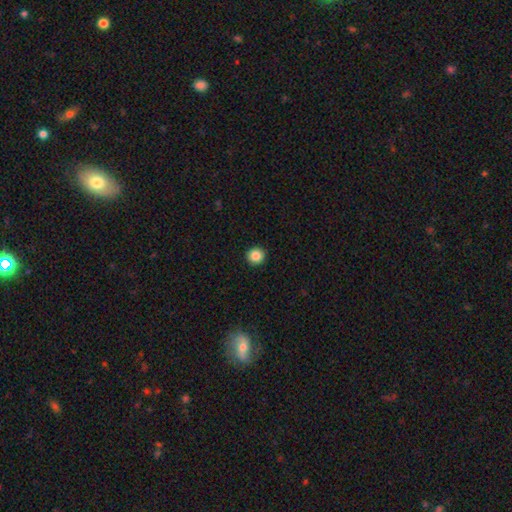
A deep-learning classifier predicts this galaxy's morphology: This appears to be a smooth galaxy with no disk features (86%) that is round (95%). Merging: none (94%).